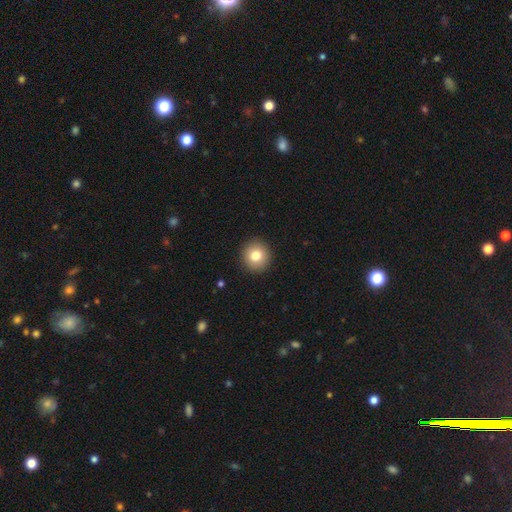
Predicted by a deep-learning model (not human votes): A smooth galaxy with no disk features (79%) that is round (93%).

Vote fractions:
- Smooth or featured? smooth: 79% / featured or disk: 11% / star or artifact: 10%
- How rounded? round: 93% / in between: 6% / cigar-shaped: 1%
- Merging? none: 93% / minor disturbance: 5% / major disturbance: 2% / merger: 1%